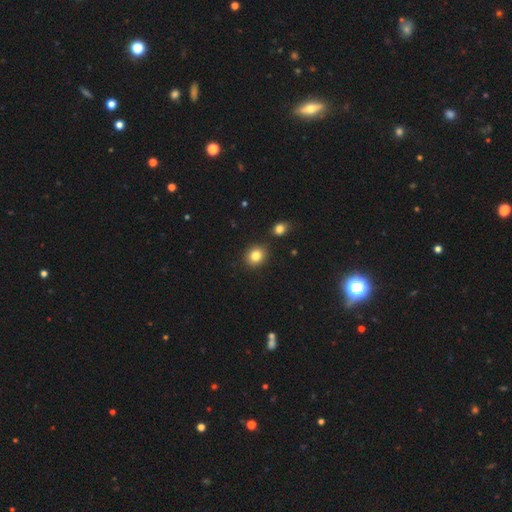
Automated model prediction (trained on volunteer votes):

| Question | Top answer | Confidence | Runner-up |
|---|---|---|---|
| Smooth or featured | smooth | 83% | star or artifact (11%) |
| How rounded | round | 71% | in between (28%) |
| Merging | none | 85% | minor disturbance (8%) |